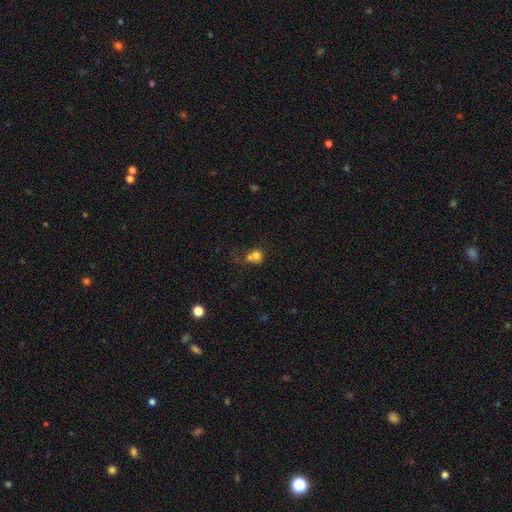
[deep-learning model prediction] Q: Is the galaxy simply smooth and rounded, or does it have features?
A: smooth — 73%.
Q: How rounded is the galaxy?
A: round — 79%.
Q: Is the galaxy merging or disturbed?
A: merger — 52%.